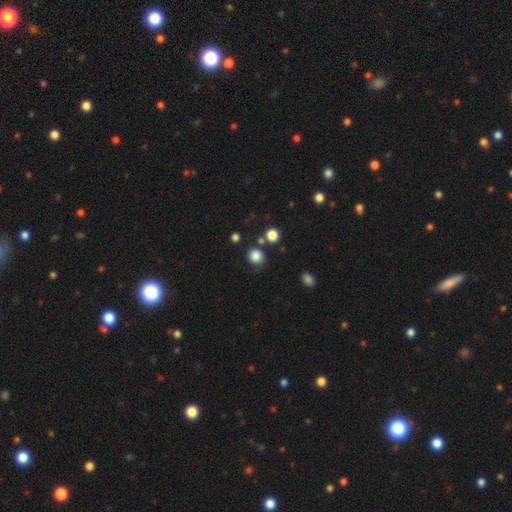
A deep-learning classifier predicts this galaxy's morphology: smooth_or_featured: smooth (p=0.83) [alt: star or artifact p=0.12]
how_rounded: round (p=0.85) [alt: in between p=0.14]
merging: none (p=0.71) [alt: minor disturbance p=0.16]